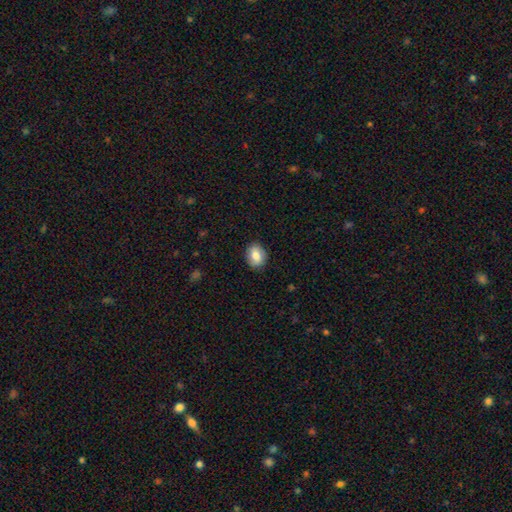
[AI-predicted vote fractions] Morphology: type=smooth (80%); roundness=in between (62%); merging=none (87%).